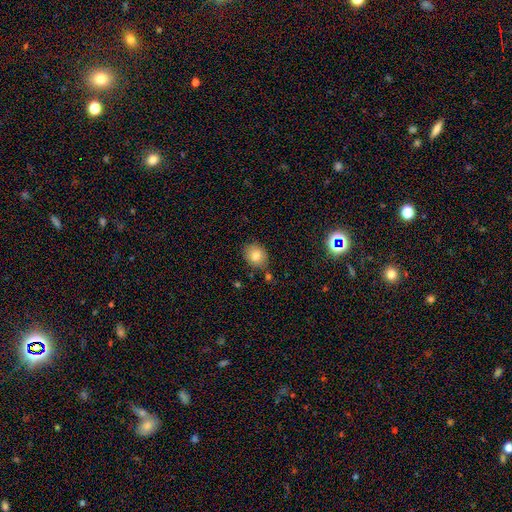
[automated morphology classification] A smooth galaxy with no disk features (81%) that is round (54%).

Vote fractions:
- Smooth or featured? smooth: 81% / star or artifact: 10% / featured or disk: 9%
- How rounded? round: 54% / in between: 45% / cigar-shaped: 1%
- Merging? none: 78% / minor disturbance: 14% / merger: 5% / major disturbance: 3%